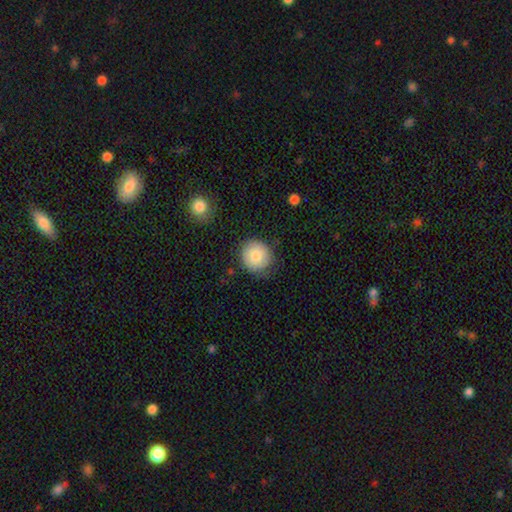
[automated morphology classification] Smooth or featured? smooth (82%)
How rounded? round (90%)
Merging? none (79%)